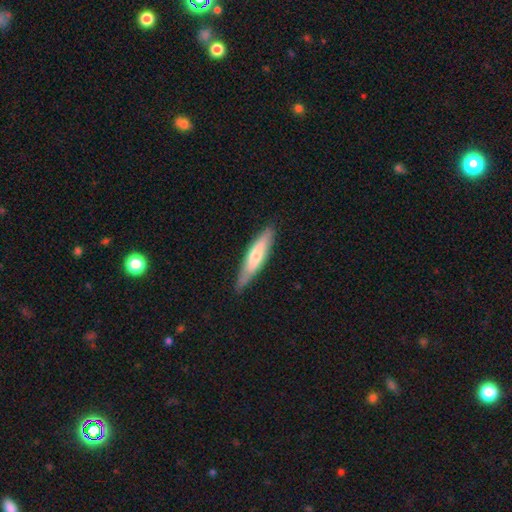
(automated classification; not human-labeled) Smooth or featured: smooth — 59% (featured or disk — 36%)
How rounded: cigar-shaped — 81% (in between — 18%)
Merging: none — 83% (minor disturbance — 14%)